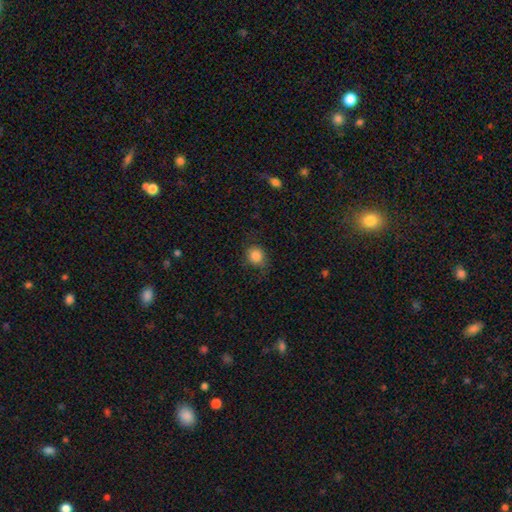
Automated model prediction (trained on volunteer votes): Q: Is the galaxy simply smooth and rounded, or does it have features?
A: smooth — 84%.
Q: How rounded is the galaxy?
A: round — 78%.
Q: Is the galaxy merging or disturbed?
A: none — 70%.